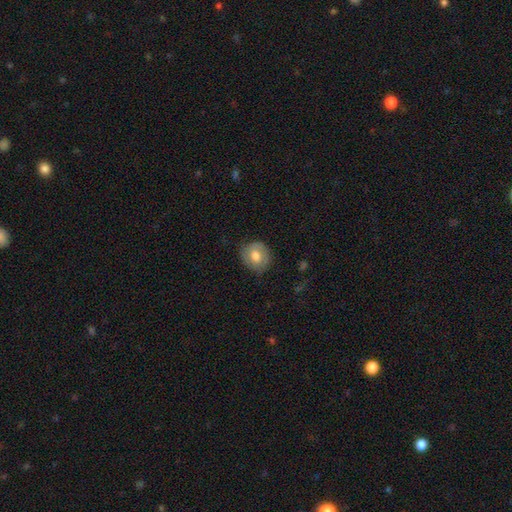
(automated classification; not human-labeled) Morphology: type=smooth (68%); roundness=round (77%); merging=none (77%).